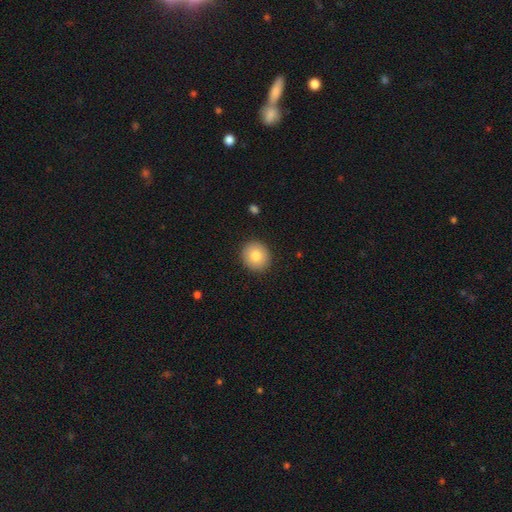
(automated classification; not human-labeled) Morphology: type=smooth (81%); roundness=round (85%); merging=none (91%).